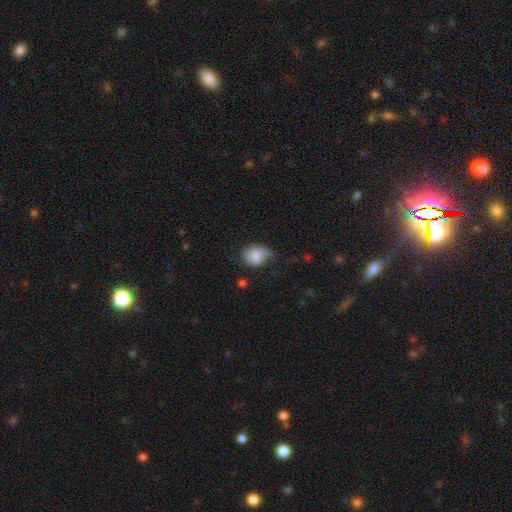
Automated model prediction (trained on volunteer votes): Smooth or featured: smooth — 72% (featured or disk — 21%)
How rounded: round — 52% (in between — 47%)
Merging: none — 45% (minor disturbance — 38%)